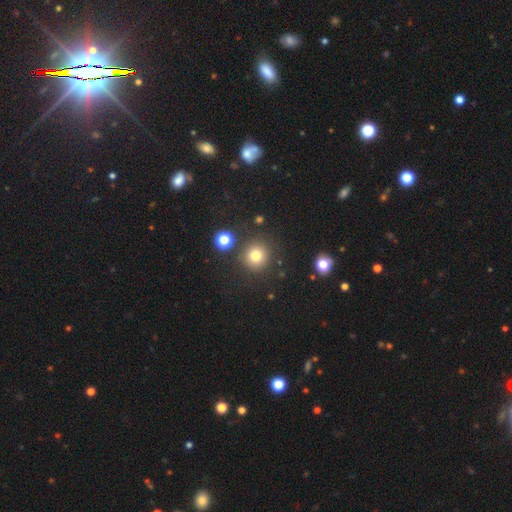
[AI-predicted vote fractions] Smooth or featured?
  - smooth: 78% *
  - star or artifact: 15%
  - featured or disk: 8%
How rounded?
  - round: 93% *
  - in between: 6%
  - cigar-shaped: 1%
Merging?
  - none: 84% *
  - minor disturbance: 7%
  - merger: 5%
  - major disturbance: 3%